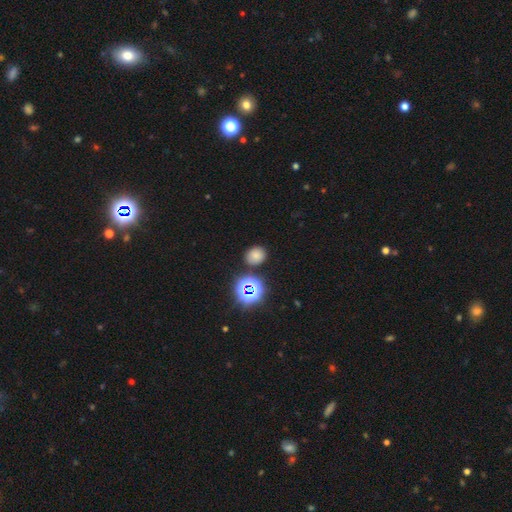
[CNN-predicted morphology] Smooth or featured? Predicted: smooth (p=0.71). How rounded? Predicted: round (p=0.65). Merging? Predicted: none (p=0.84).